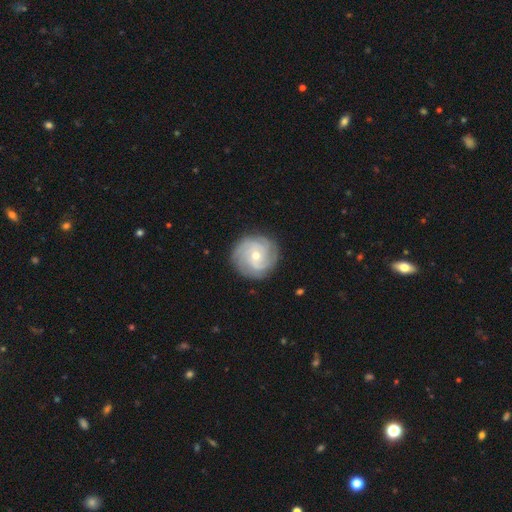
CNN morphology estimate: A featured or disk galaxy (79%) with no bar (67%), 3 (31%) tight (70%) spiral arms (95%) and a small central bulge (55%).

Vote fractions:
- Smooth or featured? featured or disk: 79% / smooth: 14% / star or artifact: 6%
- Edge-on disk? no: 98% / yes: 2%
- Bar? no: 67% / weak: 27% / strong: 6%
- Spiral arms? yes: 95% / no: 5%
- Spiral winding? tight: 70% / medium: 25% / loose: 5%
- Spiral arm count? 3: 31% / can't tell: 24% / 2: 17% / 4: 16% / more than 4: 6% / 1: 6%
- Bulge size? small: 55% / moderate: 42% / large: 1% / none: 1% / dominant: 1%
- Merging? none: 86% / minor disturbance: 10% / major disturbance: 3% / merger: 1%